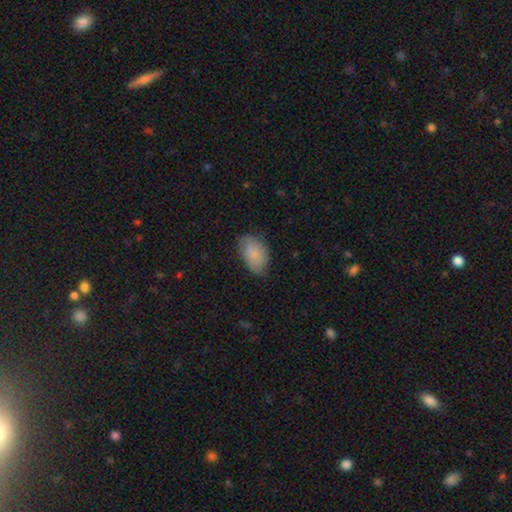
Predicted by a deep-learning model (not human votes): Q: Smooth or featured?
A: smooth (80%); runner-up: featured or disk (14%)
Q: How rounded?
A: in between (91%); runner-up: round (8%)
Q: Merging?
A: none (67%); runner-up: minor disturbance (26%)